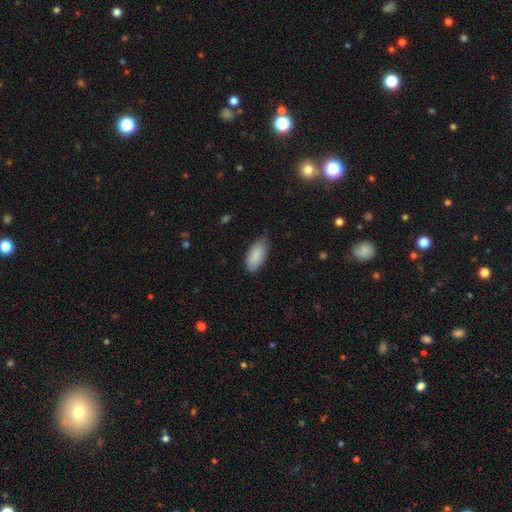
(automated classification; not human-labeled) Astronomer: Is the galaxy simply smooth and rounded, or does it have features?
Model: smooth — 89%.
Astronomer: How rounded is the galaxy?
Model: in between — 90%.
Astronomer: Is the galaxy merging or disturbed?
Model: none — 71%.